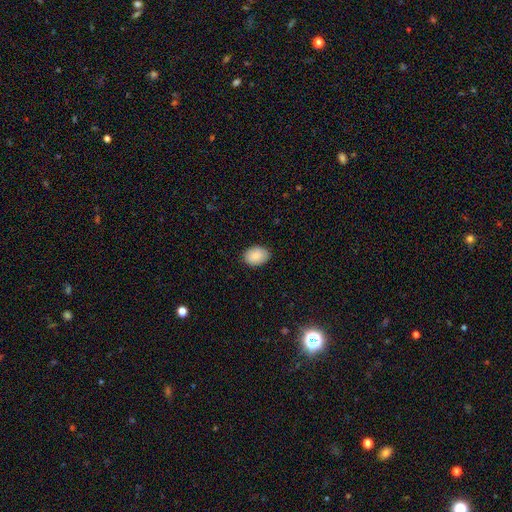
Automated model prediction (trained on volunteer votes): Smooth or featured? smooth (89%)
How rounded? in between (76%)
Merging? none (86%)